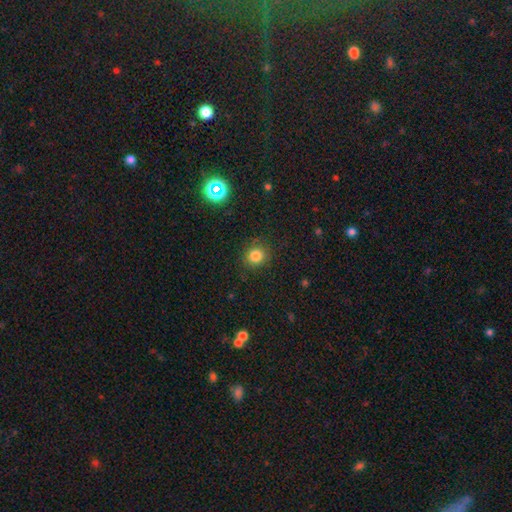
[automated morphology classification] Smooth or featured: smooth — 81% (star or artifact — 13%)
How rounded: round — 86% (in between — 13%)
Merging: none — 87% (minor disturbance — 9%)